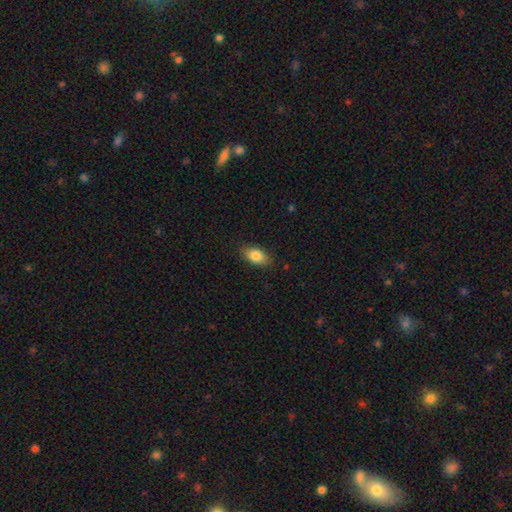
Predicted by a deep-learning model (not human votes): smooth-or-featured: smooth: 84% | featured or disk: 8% | star or artifact: 8%
  how-rounded: in between: 88% | round: 9% | cigar-shaped: 3%
  merging: none: 85% | minor disturbance: 12% | major disturbance: 3% | merger: 1%